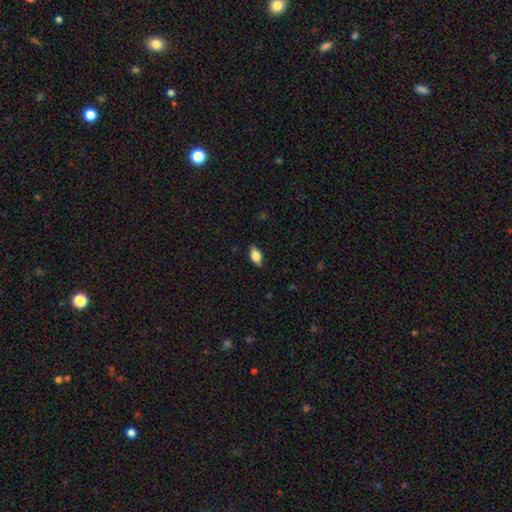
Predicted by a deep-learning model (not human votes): Smooth or featured?
  - smooth: 74% *
  - featured or disk: 18%
  - star or artifact: 7%
How rounded?
  - in between: 88% *
  - cigar-shaped: 7%
  - round: 5%
Merging?
  - none: 85% *
  - minor disturbance: 12%
  - major disturbance: 2%
  - merger: 1%